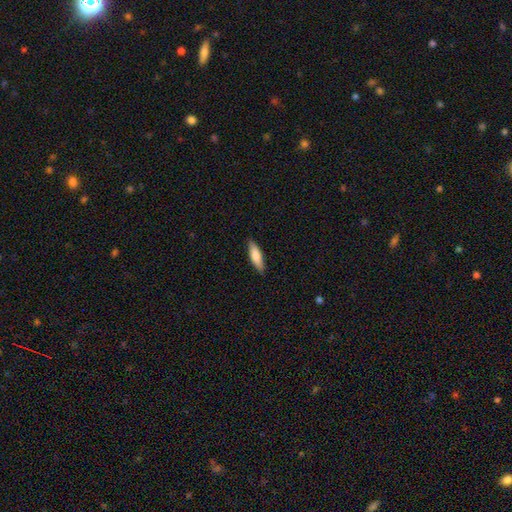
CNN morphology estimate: smooth 78%, featured or disk 16%, star or artifact 5%. Down the decision tree: how rounded — cigar-shaped (61%); merging — none (88%).